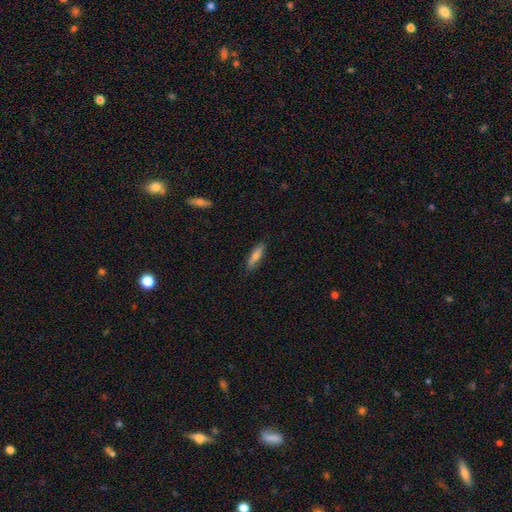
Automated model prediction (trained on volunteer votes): A smooth galaxy with no disk features (66%) that is cigar-shaped (73%).

Vote fractions:
- Smooth or featured? smooth: 66% / featured or disk: 27% / star or artifact: 8%
- How rounded? cigar-shaped: 73% / in between: 25% / round: 2%
- Merging? none: 87% / minor disturbance: 10% / major disturbance: 2% / merger: 1%